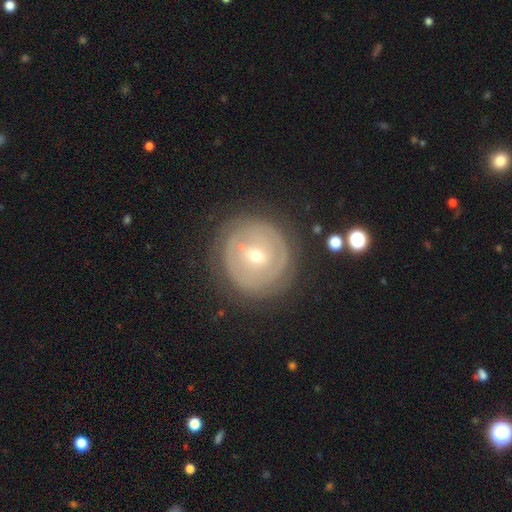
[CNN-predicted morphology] Smooth or featured? featured or disk (71%)
Edge-on disk? no (97%)
Bar? no (48%)
Spiral arms? yes (67%)
Bulge size? small (57%)
Merging? none (80%)